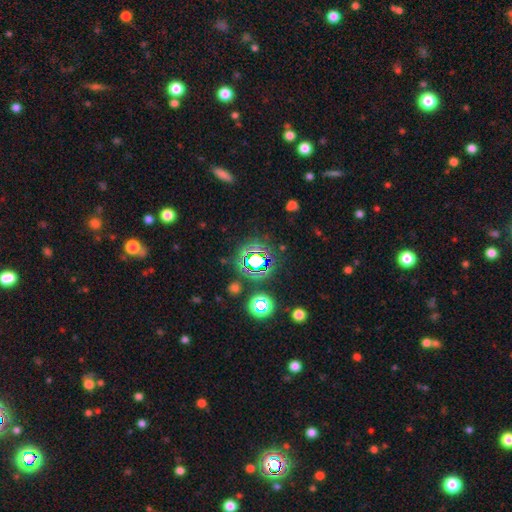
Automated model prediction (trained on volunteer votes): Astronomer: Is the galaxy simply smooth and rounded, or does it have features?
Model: star or artifact — 71%.